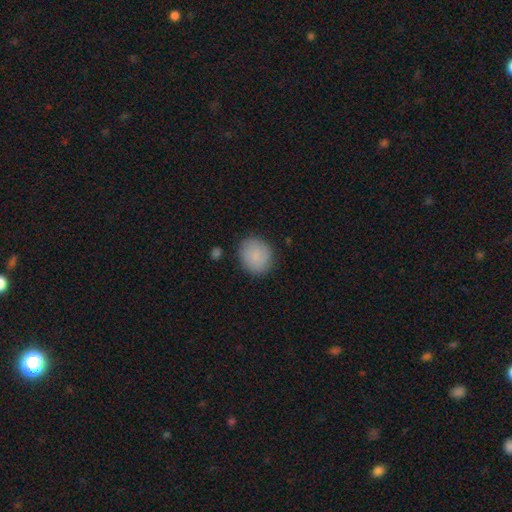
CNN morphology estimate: This appears to be a smooth galaxy with no disk features (87%) that is round (78%). Merging: none (83%).